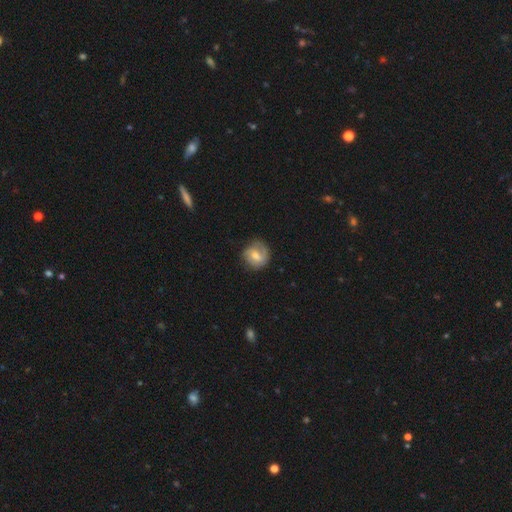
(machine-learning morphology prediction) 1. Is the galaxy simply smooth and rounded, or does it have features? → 52% smooth, 41% featured or disk, 8% star or artifact.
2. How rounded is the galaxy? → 80% round, 19% in between, 1% cigar-shaped.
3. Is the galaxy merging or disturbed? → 72% none, 20% minor disturbance, 7% major disturbance, 1% merger.